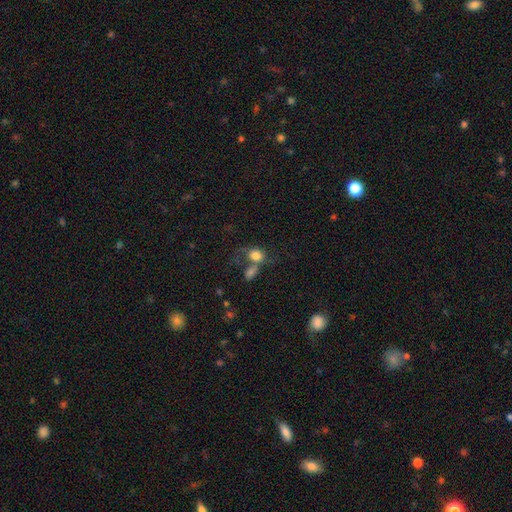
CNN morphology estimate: A smooth galaxy with no disk features (74%) that is round (54%).

Vote fractions:
- Smooth or featured? smooth: 74% / featured or disk: 16% / star or artifact: 10%
- How rounded? round: 54% / in between: 45% / cigar-shaped: 2%
- Merging? merger: 50% / none: 22% / major disturbance: 16% / minor disturbance: 11%